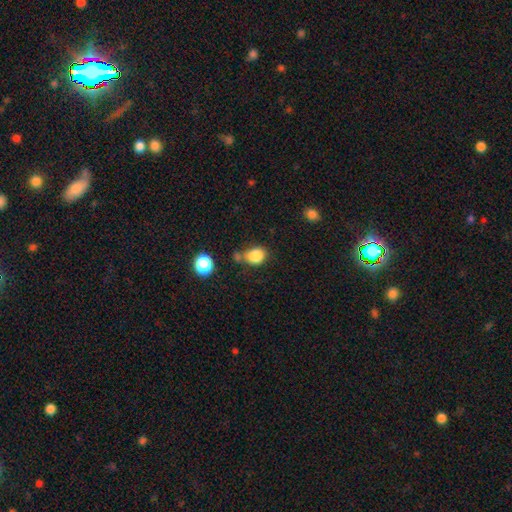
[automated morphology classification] Q: Smooth or featured?
A: smooth (84%); runner-up: star or artifact (11%)
Q: How rounded?
A: round (60%); runner-up: in between (39%)
Q: Merging?
A: none (51%); runner-up: minor disturbance (21%)